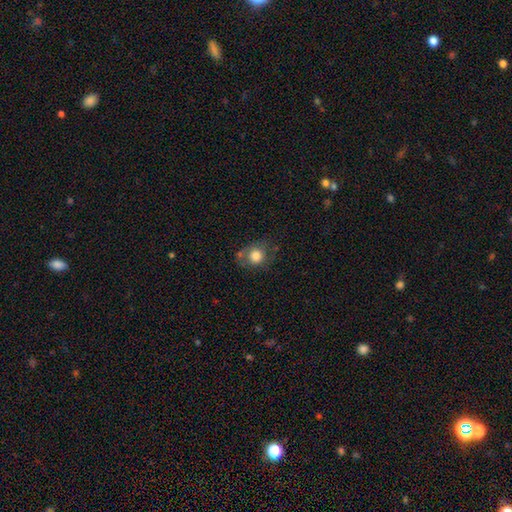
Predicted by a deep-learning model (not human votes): Smooth or featured?
  - smooth: 77% *
  - featured or disk: 14%
  - star or artifact: 9%
How rounded?
  - round: 69% *
  - in between: 30%
  - cigar-shaped: 1%
Merging?
  - none: 53% *
  - minor disturbance: 27%
  - major disturbance: 13%
  - merger: 7%